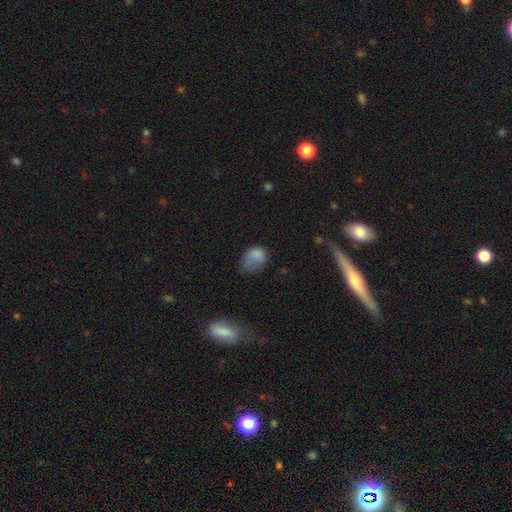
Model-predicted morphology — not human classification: A smooth galaxy with no disk features (76%) that is in between round and cigar-shaped (67%). Merging: major disturbance (36%).